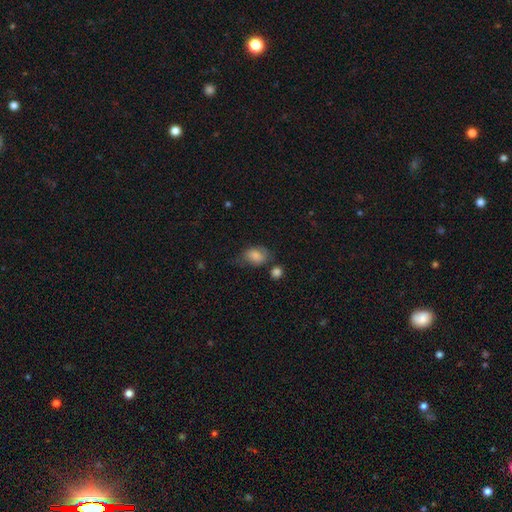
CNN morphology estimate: smooth_or_featured: smooth (p=0.77) [alt: featured or disk p=0.14]
how_rounded: in between (p=0.74) [alt: round p=0.24]
merging: none (p=0.47) [alt: minor disturbance p=0.31]